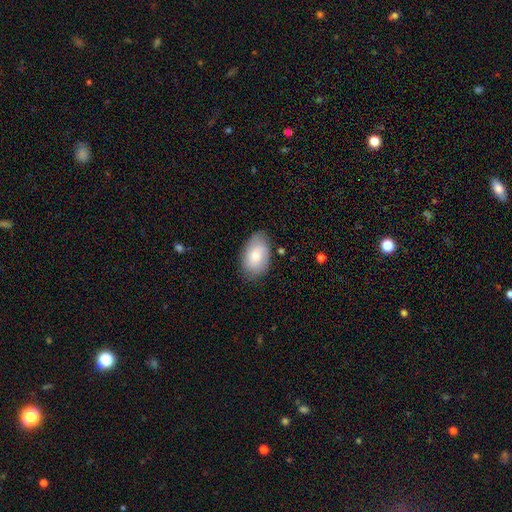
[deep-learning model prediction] A smooth galaxy with no disk features (71%) that is in between round and cigar-shaped (91%).

Vote fractions:
- Smooth or featured? smooth: 71% / featured or disk: 23% / star or artifact: 7%
- How rounded? in between: 91% / round: 8% / cigar-shaped: 1%
- Merging? none: 77% / minor disturbance: 18% / major disturbance: 4% / merger: 2%